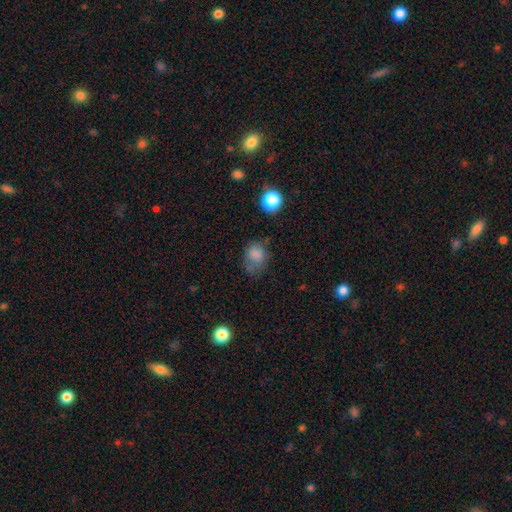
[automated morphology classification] smooth 78%, star or artifact 13%, featured or disk 9%. Down the decision tree: how rounded — in between (56%); merging — none (43%).